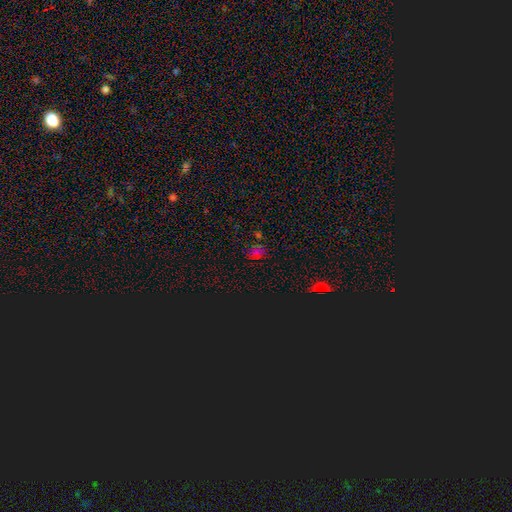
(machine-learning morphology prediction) A star or artifact, not a galaxy (49%).

Vote fractions:
- Smooth or featured? star or artifact: 49% / smooth: 43% / featured or disk: 8%